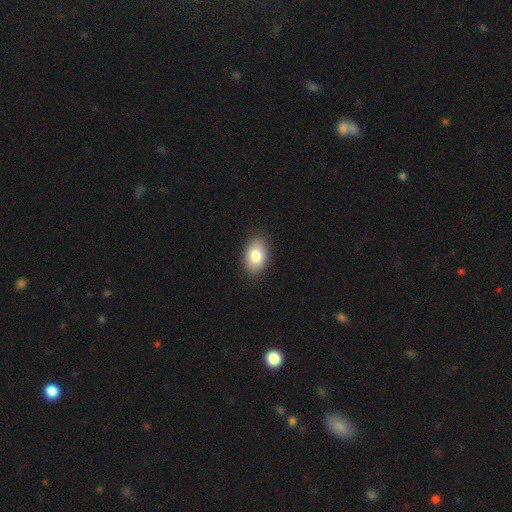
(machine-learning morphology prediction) smooth 82%, featured or disk 11%, star or artifact 7%. Down the decision tree: how rounded — in between (89%); merging — none (88%).